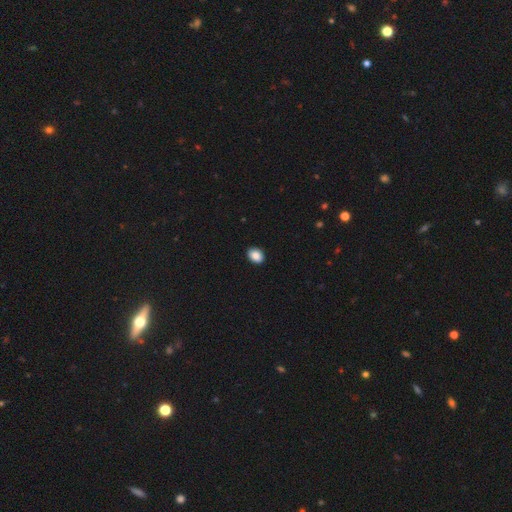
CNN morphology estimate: This is clearly a smooth galaxy (88%). How rounded: likely in between (66%). Merging: clearly none (91%).